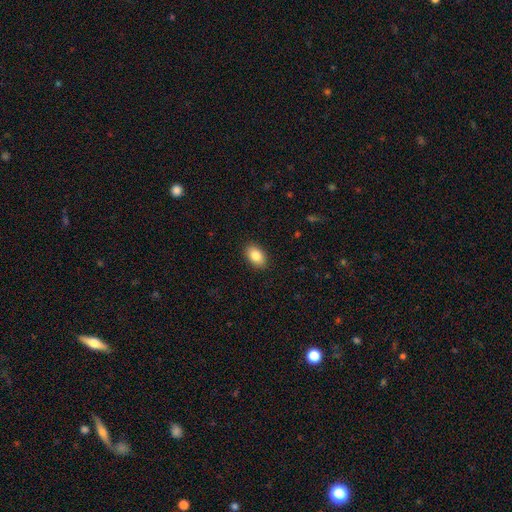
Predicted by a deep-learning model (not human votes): This is clearly a smooth galaxy (85%). How rounded: clearly in between (89%). Merging: clearly none (89%).